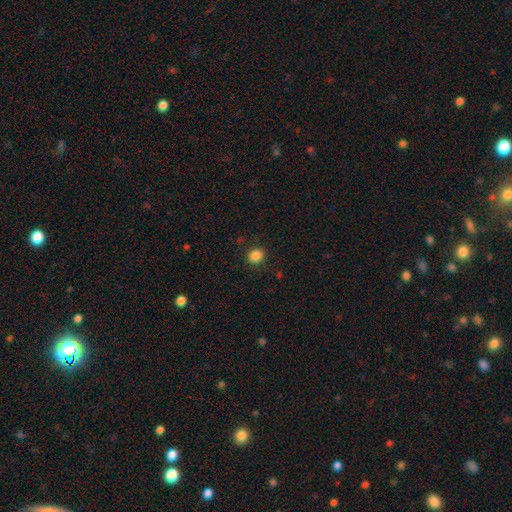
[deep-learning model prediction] Overall: smooth (86%). How rounded: round (79%). Merging: none (89%).